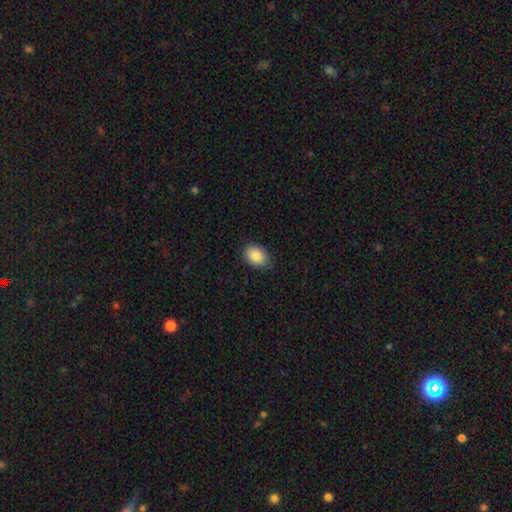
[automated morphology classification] This appears to be a smooth galaxy with no disk features (87%) that is in between round and cigar-shaped (81%). Merging: none (84%).